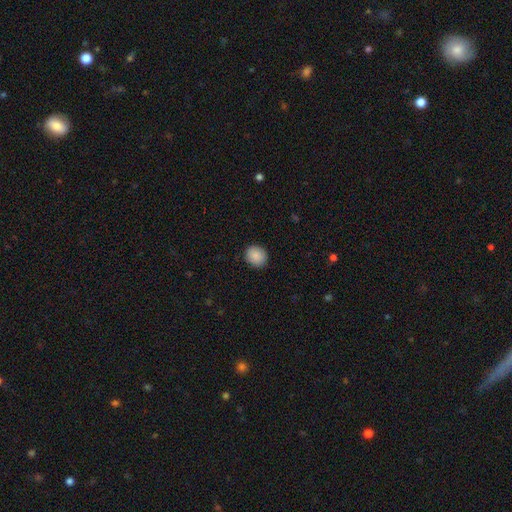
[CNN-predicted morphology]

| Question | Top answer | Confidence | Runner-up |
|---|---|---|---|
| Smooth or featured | smooth | 88% | star or artifact (8%) |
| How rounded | round | 73% | in between (26%) |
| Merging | none | 89% | minor disturbance (8%) |